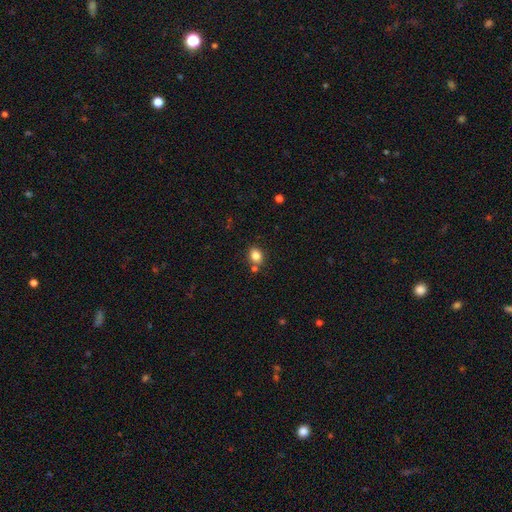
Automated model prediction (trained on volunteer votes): Morphology: type=smooth (83%); roundness=in between (55%); merging=none (74%).